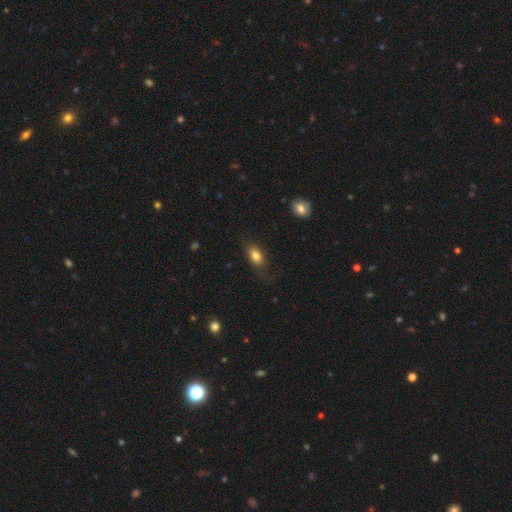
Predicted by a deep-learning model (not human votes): Morphology: type=smooth (81%); roundness=in between (85%); merging=none (75%).